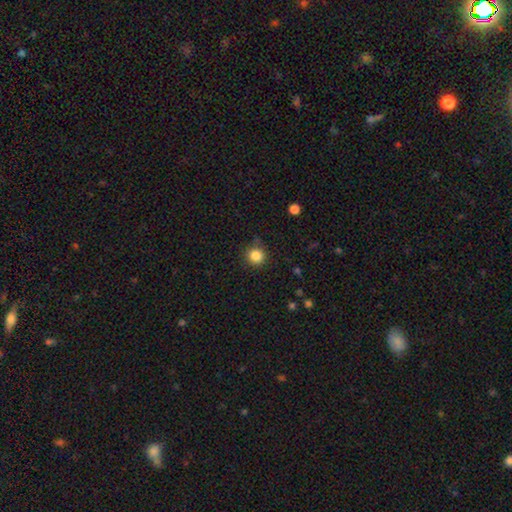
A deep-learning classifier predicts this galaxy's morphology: This appears to be a smooth galaxy with no disk features (85%) that is round (92%). Merging: none (84%).